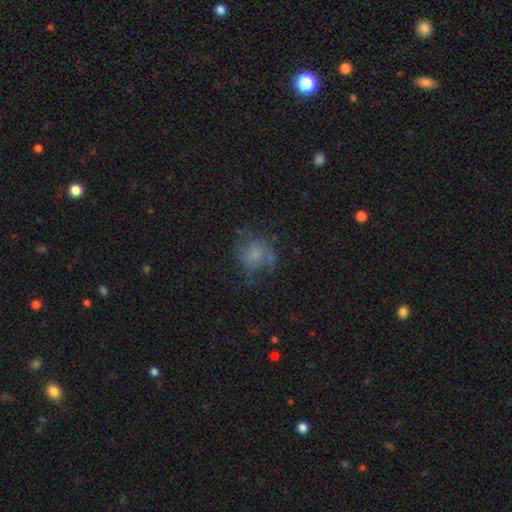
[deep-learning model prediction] smooth 59%, featured or disk 27%, star or artifact 14%. Down the decision tree: how rounded — round (73%); merging — none (51%).